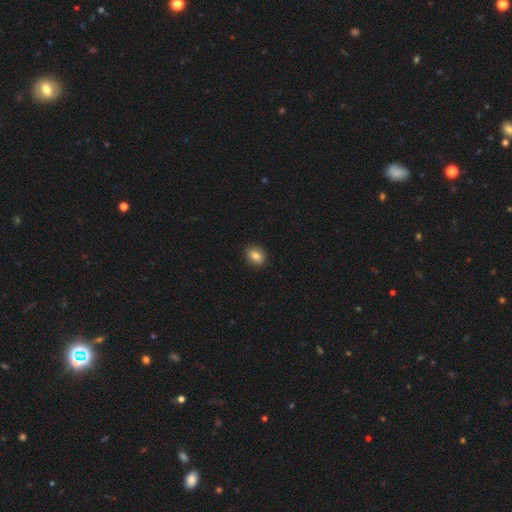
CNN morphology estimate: This appears to be a smooth galaxy with no disk features (83%) that is in between round and cigar-shaped (55%). Merging: none (89%).